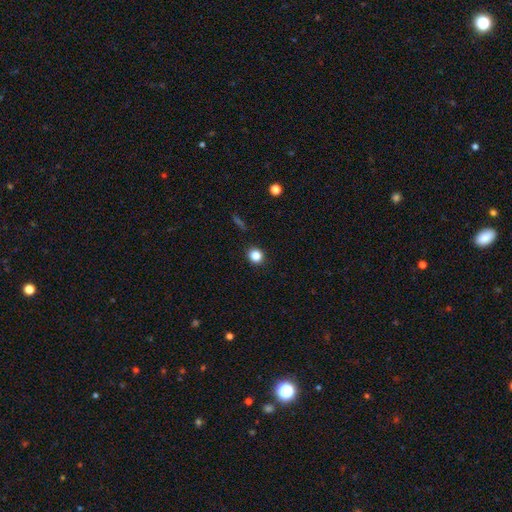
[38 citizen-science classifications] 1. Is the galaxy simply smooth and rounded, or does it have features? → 84% smooth, 11% star or artifact, 5% featured or disk.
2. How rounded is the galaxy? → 88% round, 12% in between, 0% cigar-shaped.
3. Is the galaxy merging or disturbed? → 91% none, 6% minor disturbance, 3% merger, 0% major disturbance.